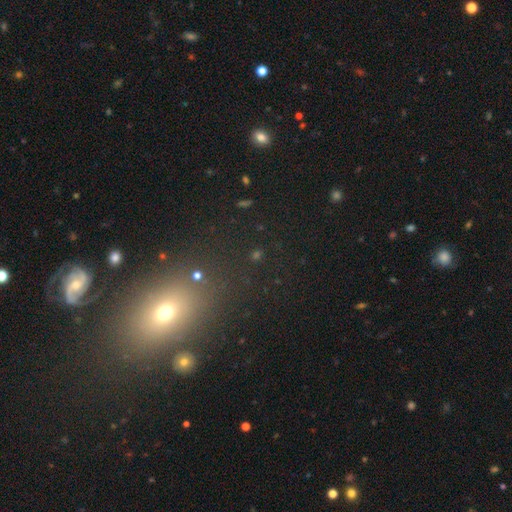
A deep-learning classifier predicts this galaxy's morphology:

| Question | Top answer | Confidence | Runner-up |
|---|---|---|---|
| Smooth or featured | smooth | 45% | star or artifact (43%) |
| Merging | none | 76% | minor disturbance (11%) |